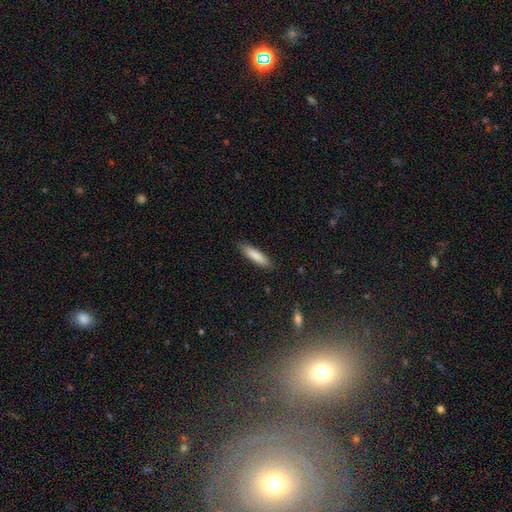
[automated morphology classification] smooth 84%, featured or disk 10%, star or artifact 6%. Down the decision tree: how rounded — cigar-shaped (77%); merging — none (87%).